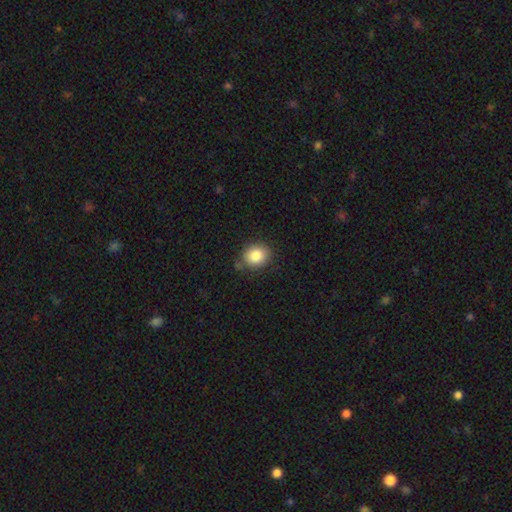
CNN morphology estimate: smooth 84%, star or artifact 9%, featured or disk 7%. Down the decision tree: how rounded — round (73%); merging — none (78%).